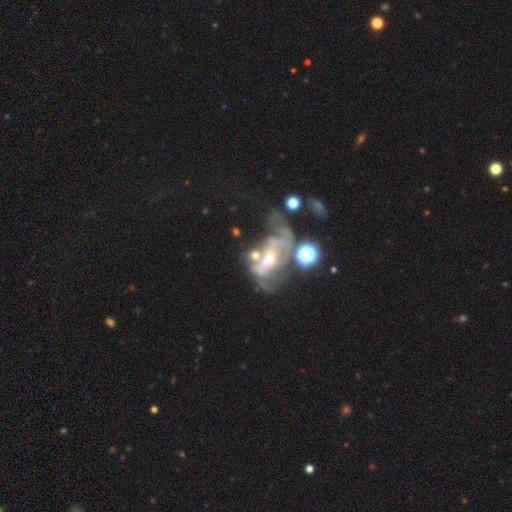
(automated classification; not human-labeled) featured or disk 68%, smooth 17%, star or artifact 15%. Down the decision tree: edge-on disk — no (95%); bar — no (66%); spiral arms — yes (58%); bulge size — small (51%); merging — major disturbance (36%).